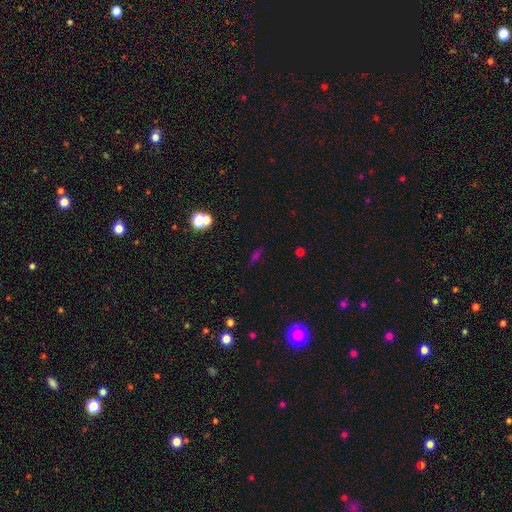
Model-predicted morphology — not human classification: This appears to be a smooth galaxy with no disk features (55%) that is in between round and cigar-shaped (46%). Merging: none (79%).